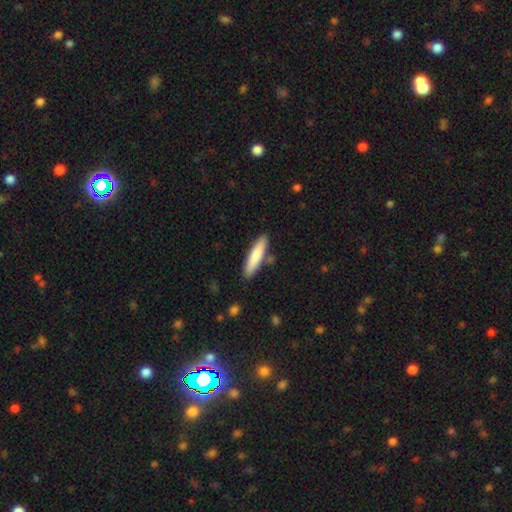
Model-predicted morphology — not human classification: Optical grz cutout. It shows a smooth galaxy with no disk features (81%) that is cigar-shaped (81%). Merging: none (84%).